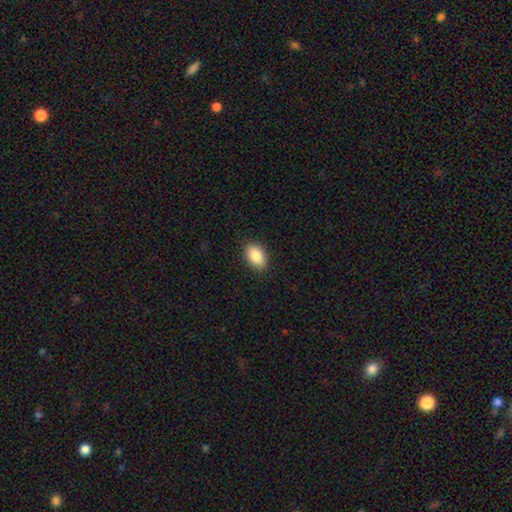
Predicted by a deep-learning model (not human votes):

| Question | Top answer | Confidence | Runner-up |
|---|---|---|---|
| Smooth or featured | smooth | 87% | star or artifact (7%) |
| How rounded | in between | 92% | round (7%) |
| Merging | none | 89% | minor disturbance (8%) |